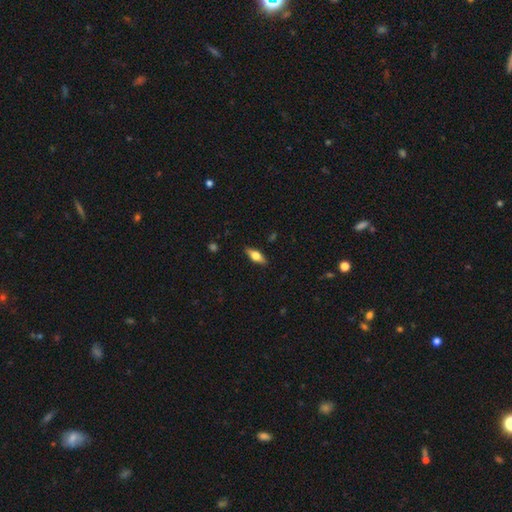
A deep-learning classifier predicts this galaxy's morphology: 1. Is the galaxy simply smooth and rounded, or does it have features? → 47% smooth, 46% featured or disk, 7% star or artifact.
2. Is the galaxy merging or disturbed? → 88% none, 9% minor disturbance, 2% major disturbance, 1% merger.